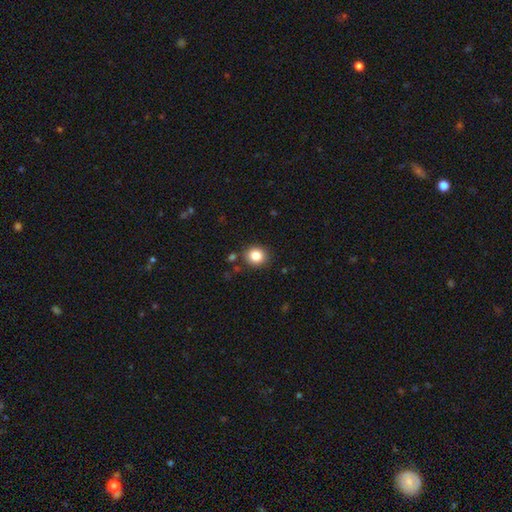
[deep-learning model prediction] Q: Smooth or featured?
A: smooth (84%); runner-up: star or artifact (11%)
Q: How rounded?
A: round (85%); runner-up: in between (14%)
Q: Merging?
A: none (87%); runner-up: minor disturbance (7%)